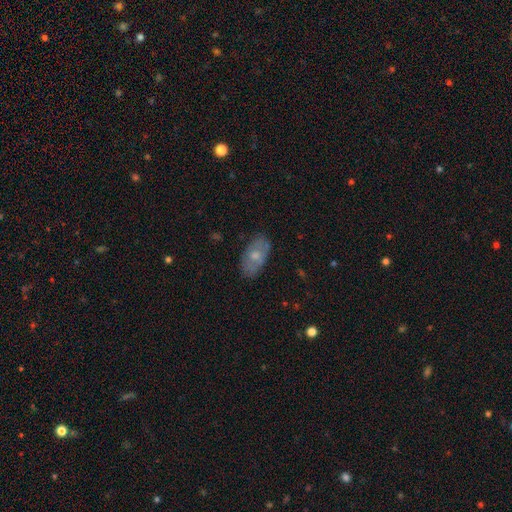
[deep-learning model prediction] The model was most divided on "smooth or featured": smooth: 58%, featured or disk: 35%, star or artifact: 7%. More confident: how rounded — in between (91%); merging — none (77%).